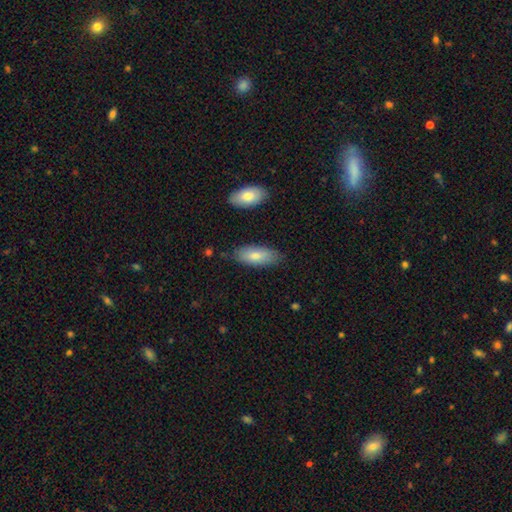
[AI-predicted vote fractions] smooth_or_featured: smooth (p=0.81) [alt: featured or disk p=0.14]
how_rounded: in between (p=0.84) [alt: cigar-shaped p=0.14]
merging: none (p=0.77) [alt: minor disturbance p=0.16]